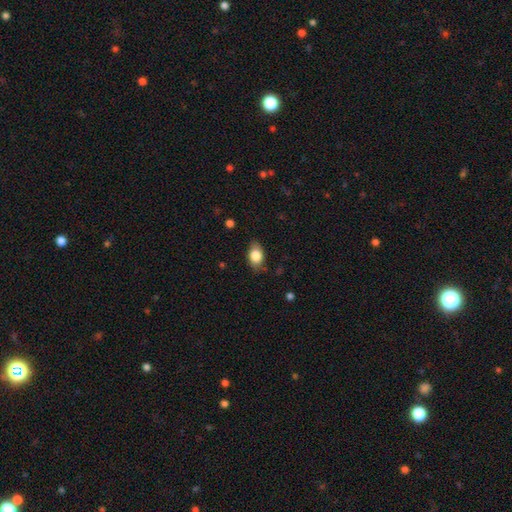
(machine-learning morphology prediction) The model was most divided on "merging": none: 79%, minor disturbance: 17%, major disturbance: 3%, merger: 1%. More confident: how rounded — in between (82%); smooth or featured — smooth (81%).